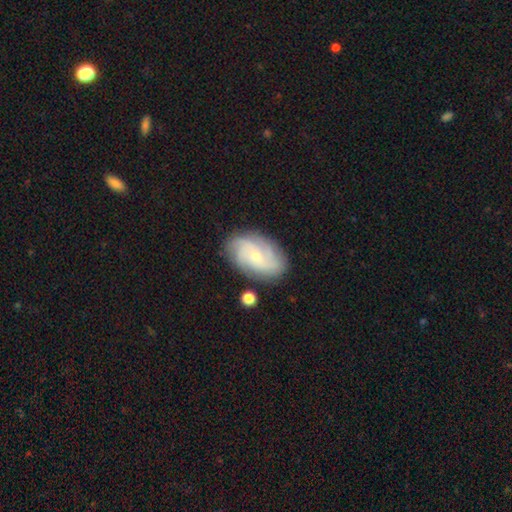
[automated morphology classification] type=featured or disk (77%); edge-on=no (97%); bar=no (71%); spiral arms=yes (94%); winding=tight (51%); arm count=3 (29%); bulge=small (69%); merging=none (80%).